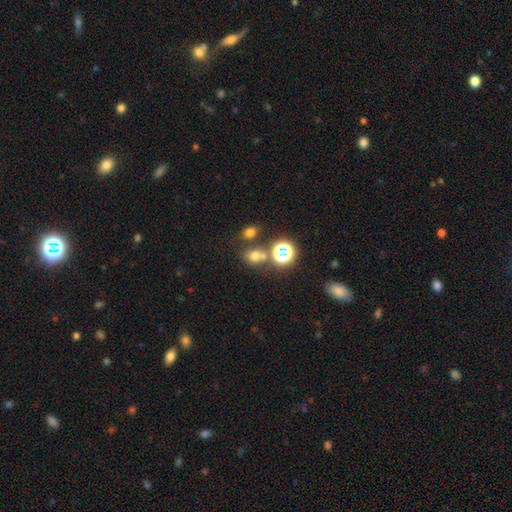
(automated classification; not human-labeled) Smooth or featured? smooth (66%)
How rounded? round (66%)
Merging? none (61%)